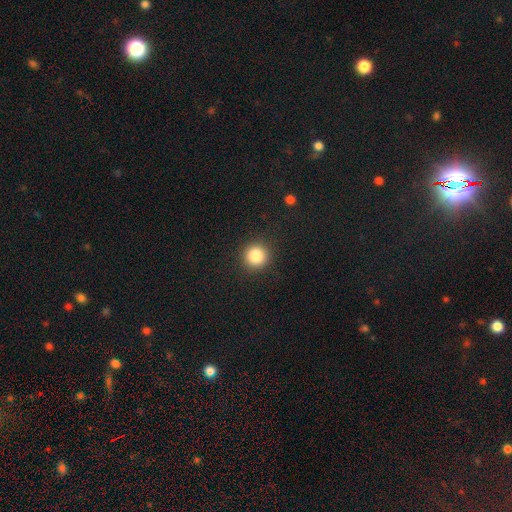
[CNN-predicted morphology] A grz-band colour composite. It shows a smooth galaxy with no disk features (84%) that is round (94%). Merging: none (91%).